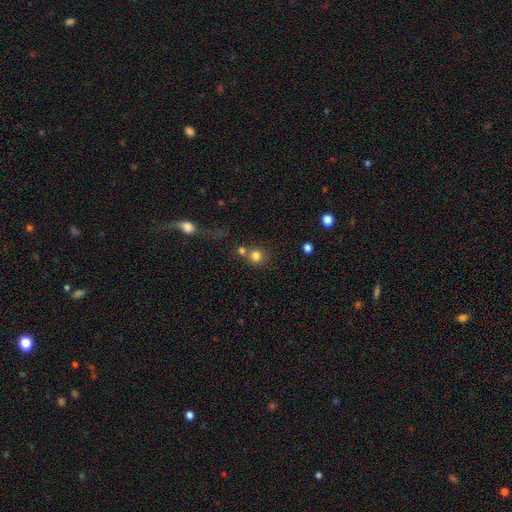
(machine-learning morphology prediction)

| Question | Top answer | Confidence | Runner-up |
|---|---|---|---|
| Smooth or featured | smooth | 79% | star or artifact (13%) |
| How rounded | round | 88% | in between (11%) |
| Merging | none | 56% | merger (31%) |